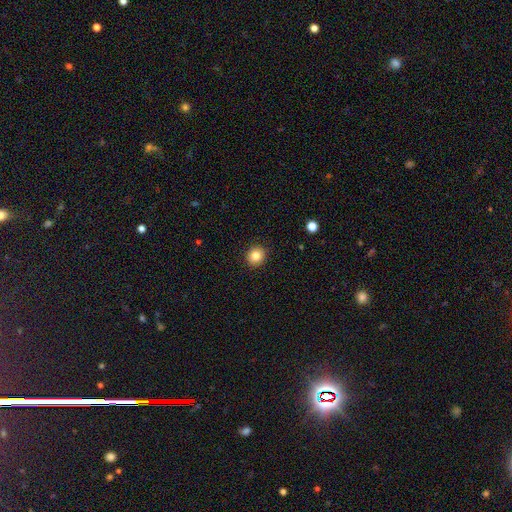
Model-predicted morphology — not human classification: smooth 83%, star or artifact 10%, featured or disk 6%. Down the decision tree: how rounded — round (84%); merging — none (91%).